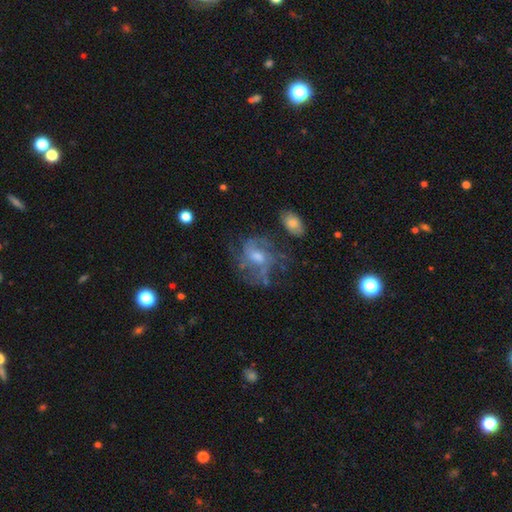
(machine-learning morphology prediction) Smooth or featured? Predicted: featured or disk (p=0.70). Edge-on disk? Predicted: no (p=0.97). Bar? Predicted: no (p=0.60). Spiral arms? Predicted: yes (p=0.79). Spiral winding? Predicted: medium (p=0.47). Spiral arm count? Predicted: can't tell (p=0.39). Bulge size? Predicted: moderate (p=0.53). Merging? Predicted: none (p=0.58).